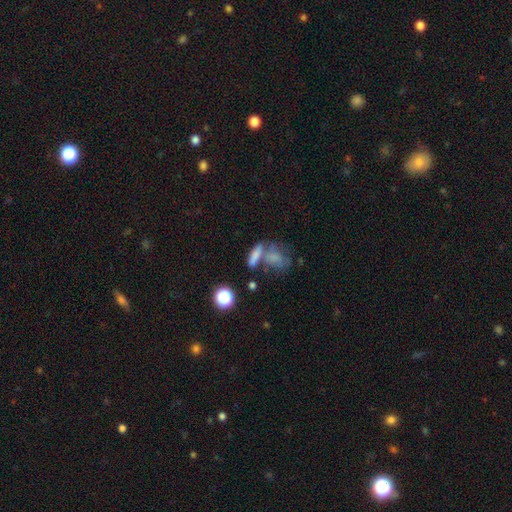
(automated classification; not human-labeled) smooth 70%, featured or disk 17%, star or artifact 13%. Down the decision tree: how rounded — in between (49%); merging — merger (41%).